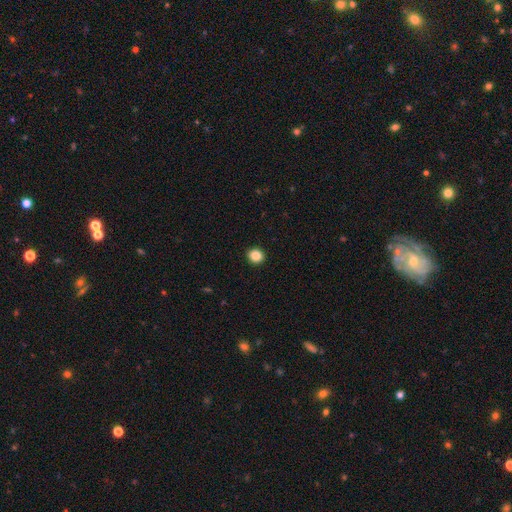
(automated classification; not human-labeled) Overall: smooth (86%). How rounded: round (84%). Merging: none (93%).